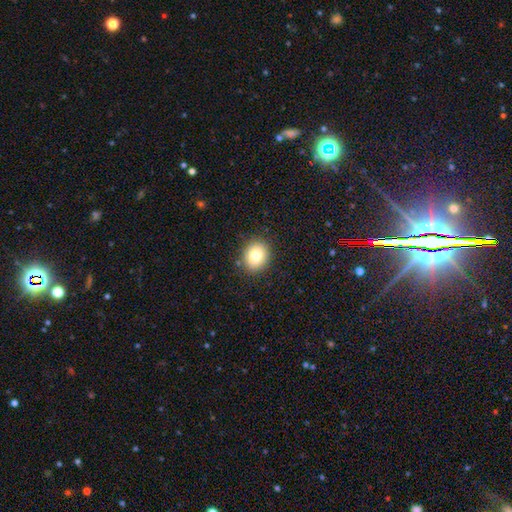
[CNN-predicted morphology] Smooth or featured? Predicted: smooth (p=0.82). How rounded? Predicted: round (p=0.64). Merging? Predicted: none (p=0.88).